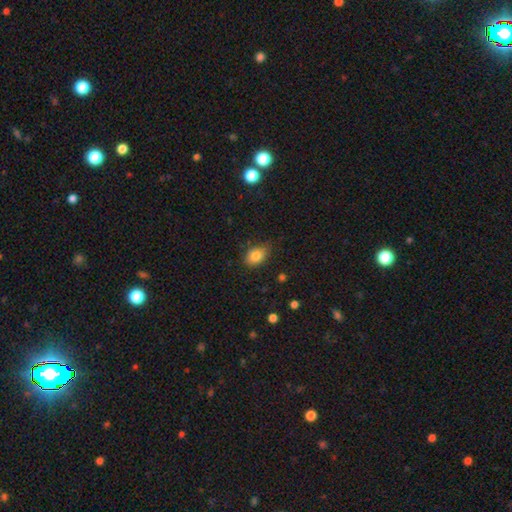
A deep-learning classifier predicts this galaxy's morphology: Smooth or featured? Predicted: smooth (p=0.82). How rounded? Predicted: in between (p=0.72). Merging? Predicted: none (p=0.73).